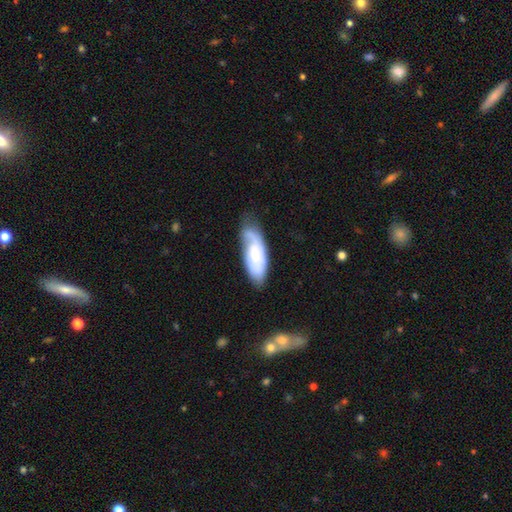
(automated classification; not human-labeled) smooth-or-featured: featured or disk: 53% | smooth: 42% | star or artifact: 6%
  disk-edge-on: no: 88% | yes: 12%
  merging: none: 57% | minor disturbance: 29% | major disturbance: 11% | merger: 3%